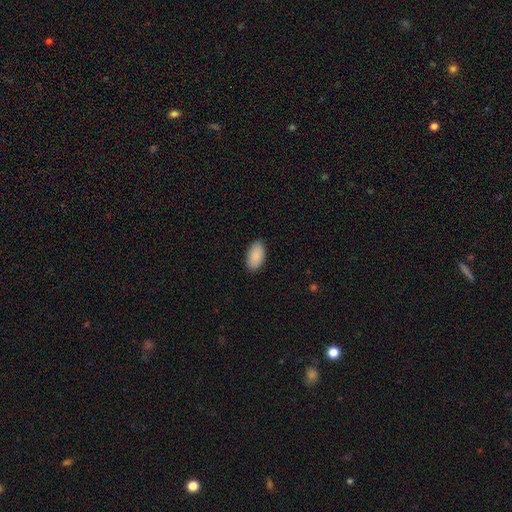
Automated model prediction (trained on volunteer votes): The model was most divided on "merging": none: 88%, minor disturbance: 9%, major disturbance: 2%, merger: 1%. More confident: how rounded — in between (95%); smooth or featured — smooth (91%).